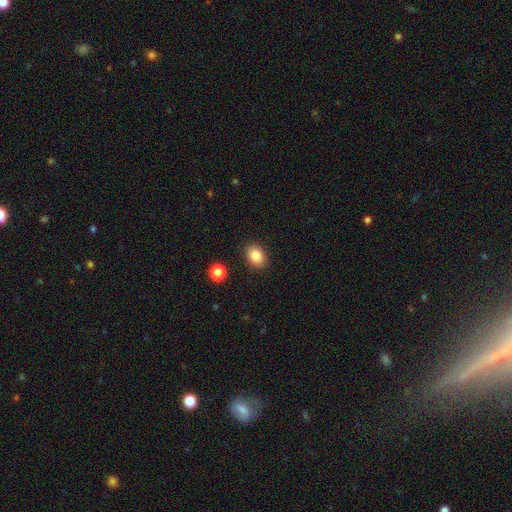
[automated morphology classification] Smooth or featured: smooth — 85% (star or artifact — 9%)
How rounded: in between — 70% (round — 29%)
Merging: none — 88% (minor disturbance — 8%)